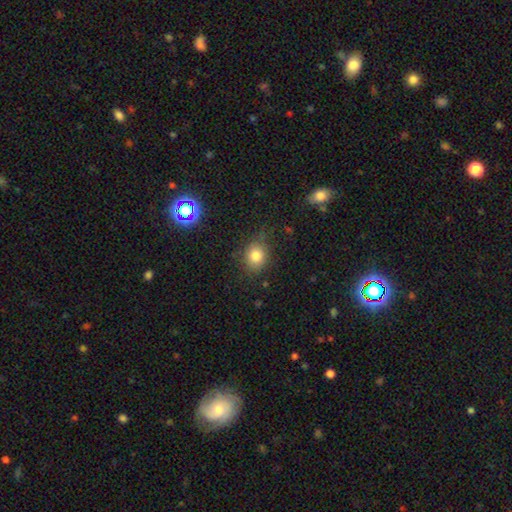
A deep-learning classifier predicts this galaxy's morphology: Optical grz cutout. It shows a smooth galaxy with no disk features (80%) that is round (60%). Merging: none (77%).